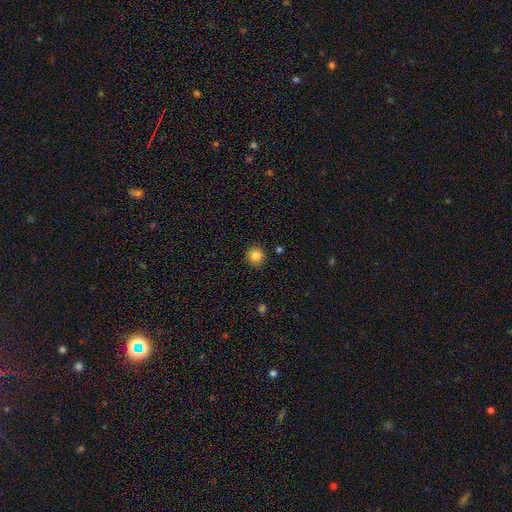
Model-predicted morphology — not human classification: The model was most divided on "smooth or featured": smooth: 84%, star or artifact: 11%, featured or disk: 5%. More confident: how rounded — round (91%); merging — none (89%).